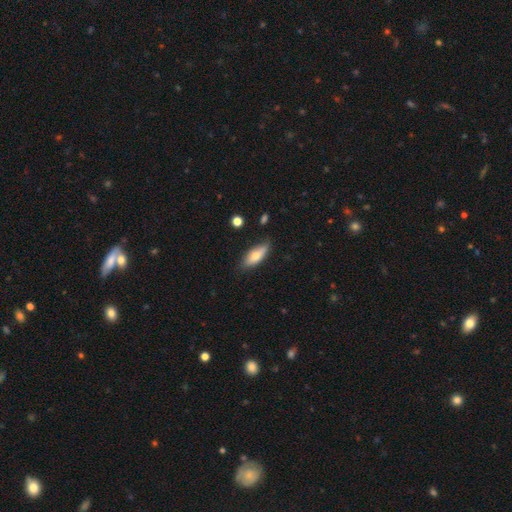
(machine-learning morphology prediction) This is likely a smooth galaxy (69%). How rounded: likely in between (67%). Merging: likely none (76%).